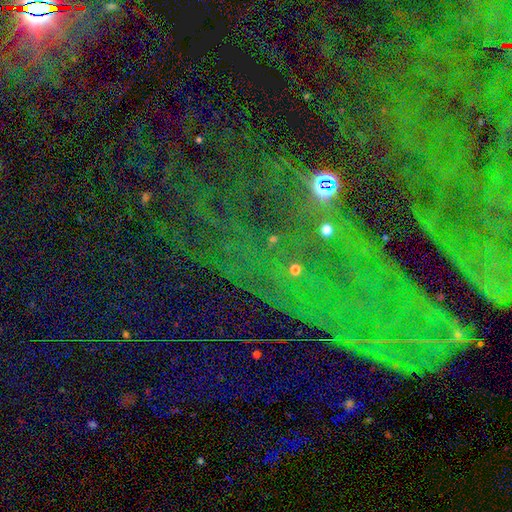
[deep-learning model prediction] Smooth or featured: star or artifact — 76% (featured or disk — 14%)